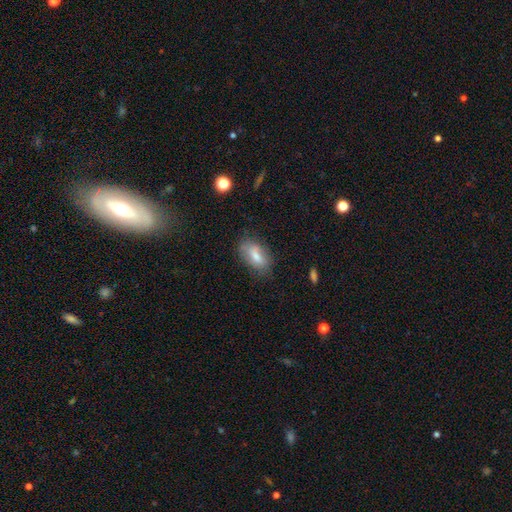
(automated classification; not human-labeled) Smooth or featured? Predicted: smooth (p=0.74). How rounded? Predicted: in between (p=0.90). Merging? Predicted: none (p=0.71).